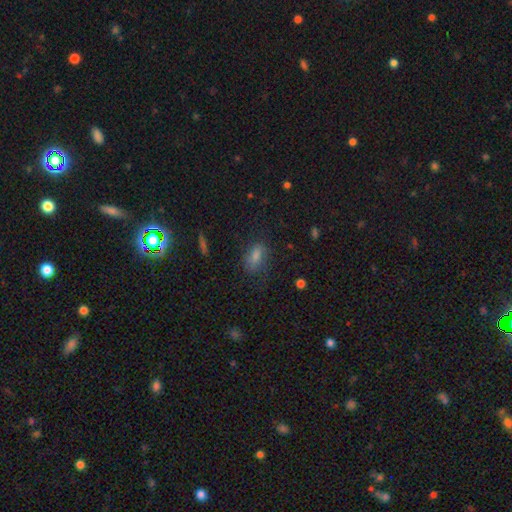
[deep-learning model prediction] smooth 63%, star or artifact 24%, featured or disk 14%. Down the decision tree: how rounded — in between (80%); merging — none (69%).